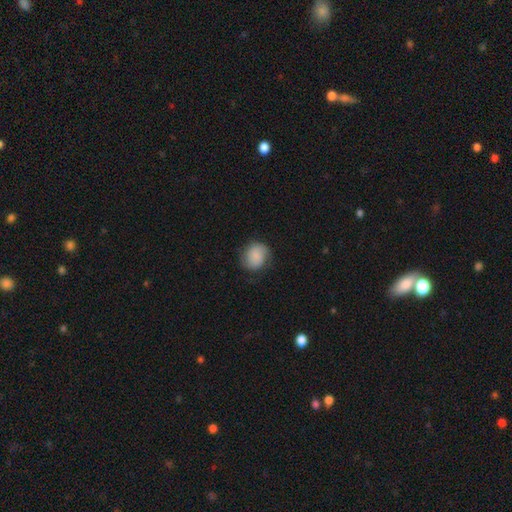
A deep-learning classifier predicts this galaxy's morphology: A smooth galaxy with no disk features (77%) that is round (70%).

Vote fractions:
- Smooth or featured? smooth: 77% / featured or disk: 16% / star or artifact: 8%
- How rounded? round: 70% / in between: 29% / cigar-shaped: 1%
- Merging? none: 73% / minor disturbance: 19% / major disturbance: 7% / merger: 1%